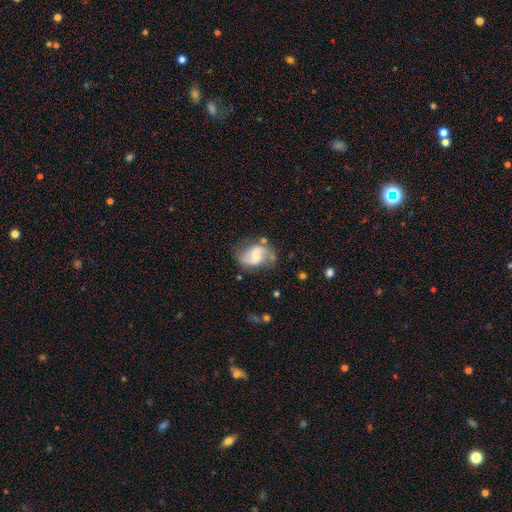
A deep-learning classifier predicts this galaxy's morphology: Overall: featured or disk (70%). Edge-on disk: no (97%). Bar: weak (45%; no 39%). Spiral arms: yes (88%). Spiral arm count: 2 (87%). Spiral winding: loose (46%; medium 40%). Bulge size: moderate (49%; small 42%). Merging: none (61%; minor disturbance 24%).